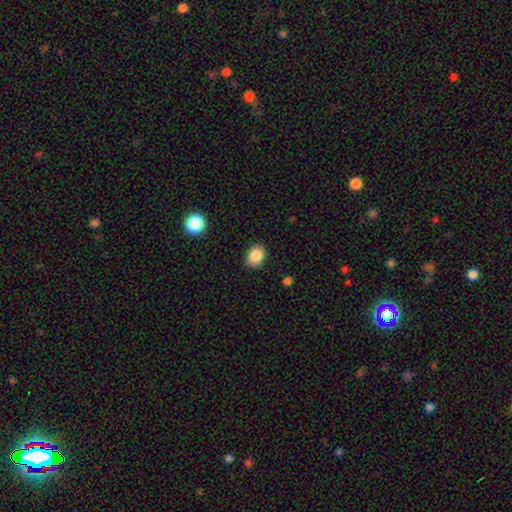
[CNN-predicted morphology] A smooth galaxy with no disk features (88%) that is in between round and cigar-shaped (63%).

Vote fractions:
- Smooth or featured? smooth: 88% / star or artifact: 9% / featured or disk: 4%
- How rounded? in between: 63% / round: 36% / cigar-shaped: 1%
- Merging? none: 88% / minor disturbance: 9% / major disturbance: 2% / merger: 1%